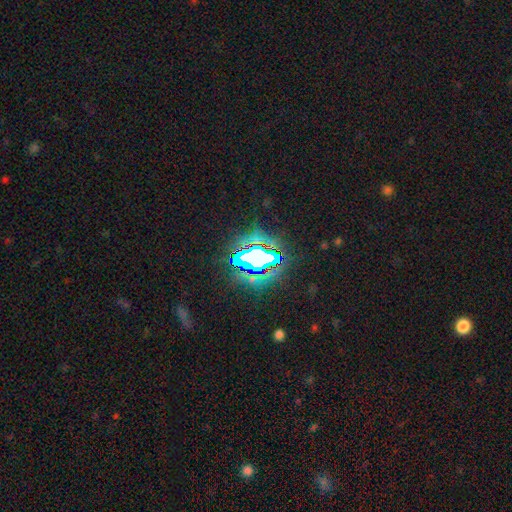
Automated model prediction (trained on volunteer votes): Q: Smooth or featured?
A: star or artifact (81%); runner-up: smooth (12%)